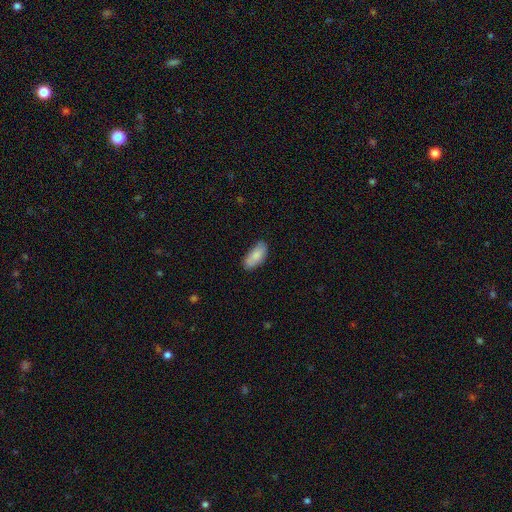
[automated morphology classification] Q: Smooth or featured?
A: smooth (83%); runner-up: featured or disk (11%)
Q: How rounded?
A: in between (88%); runner-up: cigar-shaped (10%)
Q: Merging?
A: none (75%); runner-up: minor disturbance (20%)